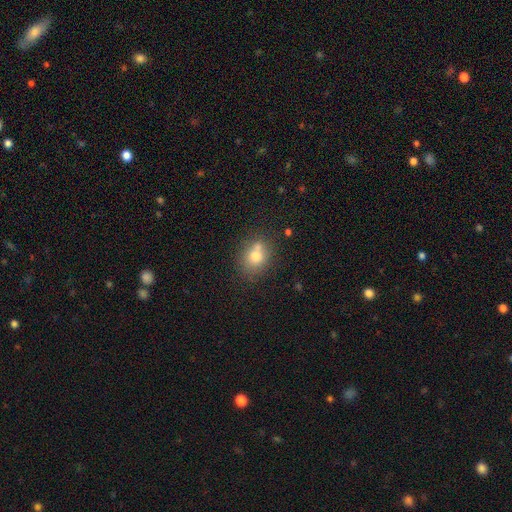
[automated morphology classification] Overall: smooth (72%). How rounded: round (62%; in between 37%). Merging: none (57%; merger 25%).